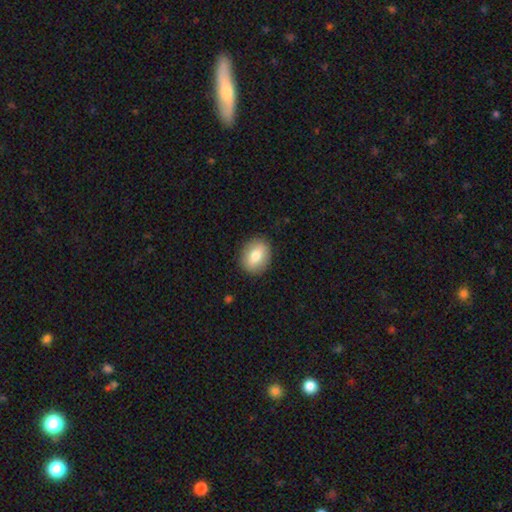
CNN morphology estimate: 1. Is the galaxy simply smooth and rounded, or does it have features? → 75% smooth, 17% featured or disk, 7% star or artifact.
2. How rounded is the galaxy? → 60% in between, 38% round, 1% cigar-shaped.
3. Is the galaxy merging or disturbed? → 88% none, 8% minor disturbance, 2% major disturbance, 1% merger.